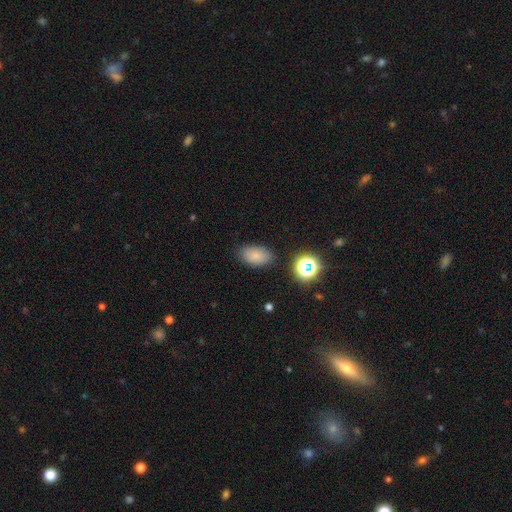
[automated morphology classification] Overall: smooth (80%). How rounded: in between (89%). Merging: none (82%).